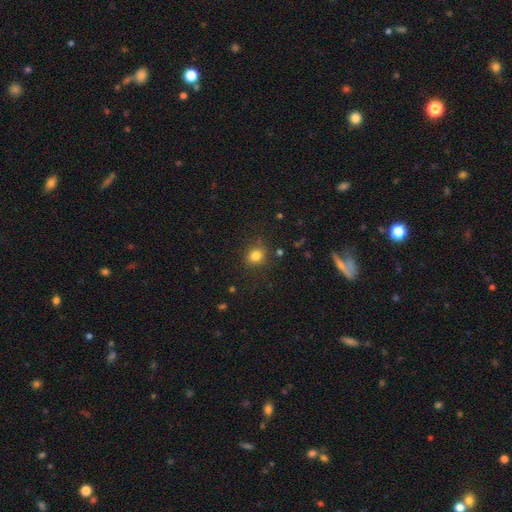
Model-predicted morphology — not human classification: Overall: smooth (81%). How rounded: round (75%). Merging: none (83%).